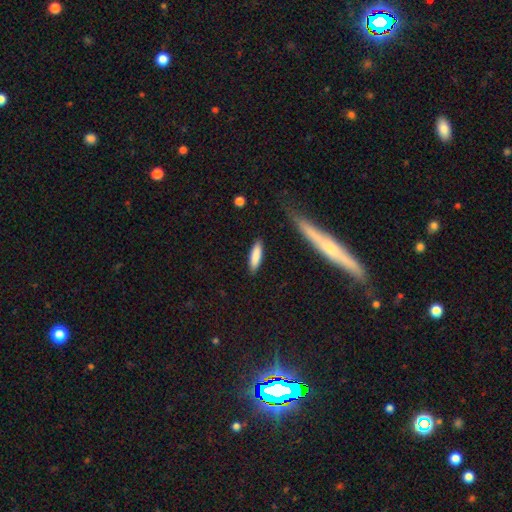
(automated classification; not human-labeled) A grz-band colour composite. It shows a smooth galaxy with no disk features (85%) that is cigar-shaped (66%). Merging: none (87%).